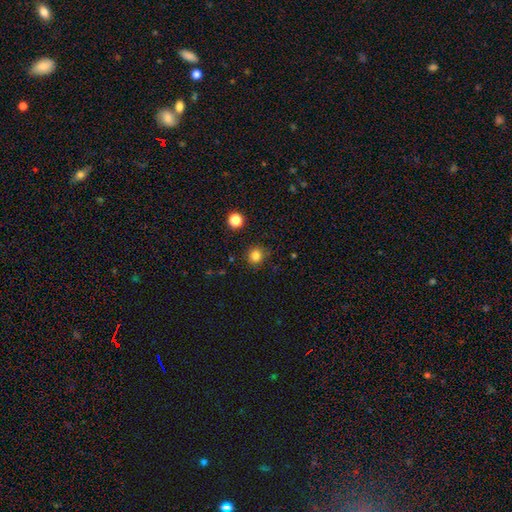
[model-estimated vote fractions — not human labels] Smooth or featured? Predicted: smooth (p=0.83). How rounded? Predicted: round (p=0.91). Merging? Predicted: none (p=0.88).